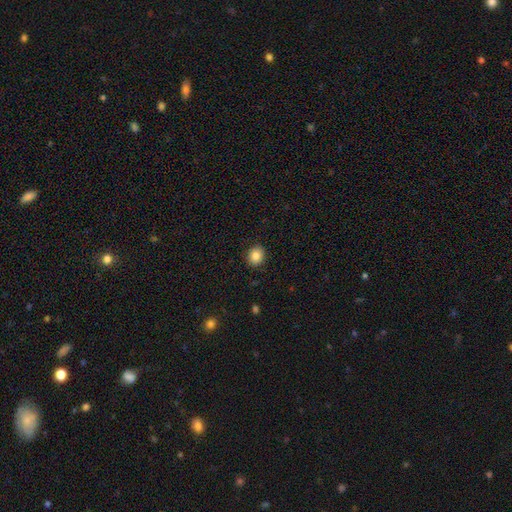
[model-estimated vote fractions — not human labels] The model was most divided on "how rounded": round: 68%, in between: 32%, cigar-shaped: 1%. More confident: merging — none (90%); smooth or featured — smooth (85%).